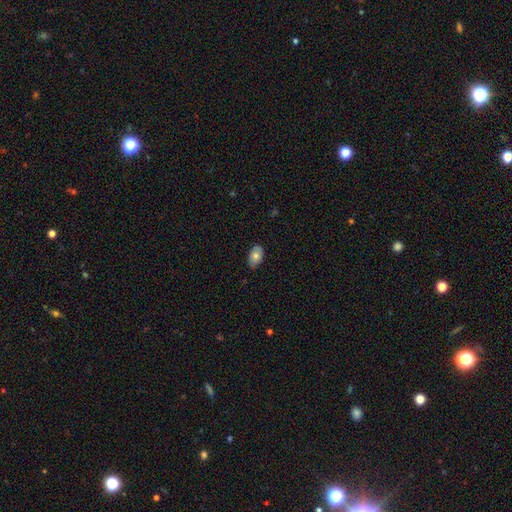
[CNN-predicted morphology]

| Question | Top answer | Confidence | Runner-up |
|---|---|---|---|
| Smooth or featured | smooth | 76% | featured or disk (16%) |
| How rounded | in between | 91% | round (7%) |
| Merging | none | 81% | minor disturbance (16%) |